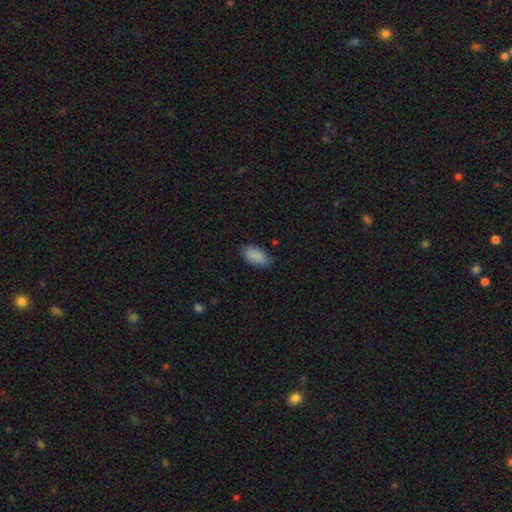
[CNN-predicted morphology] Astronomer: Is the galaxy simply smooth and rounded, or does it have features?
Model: smooth — 88%.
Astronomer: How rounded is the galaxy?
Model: in between — 94%.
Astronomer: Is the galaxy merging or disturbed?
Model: none — 81%.